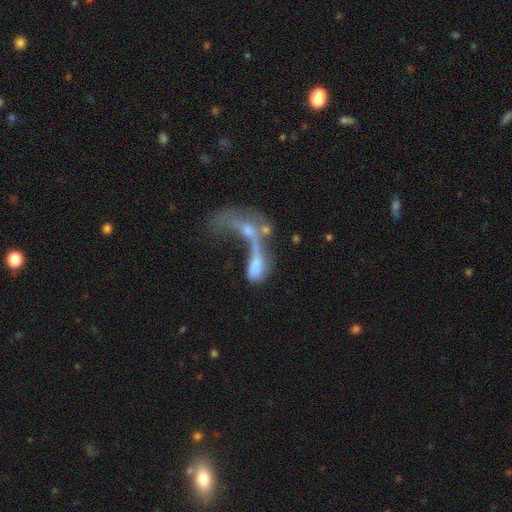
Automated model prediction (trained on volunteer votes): This appears to be a featured or disk galaxy (49%). Merging: merger (65%).